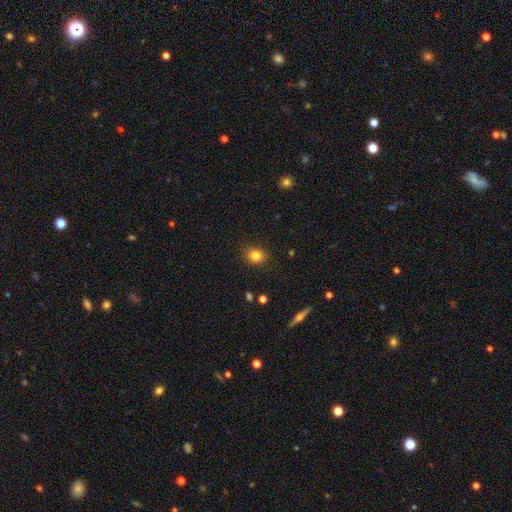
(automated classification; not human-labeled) Smooth or featured?
  - smooth: 82% *
  - star or artifact: 12%
  - featured or disk: 7%
How rounded?
  - round: 73% *
  - in between: 25%
  - cigar-shaped: 1%
Merging?
  - none: 89% *
  - minor disturbance: 8%
  - major disturbance: 2%
  - merger: 1%